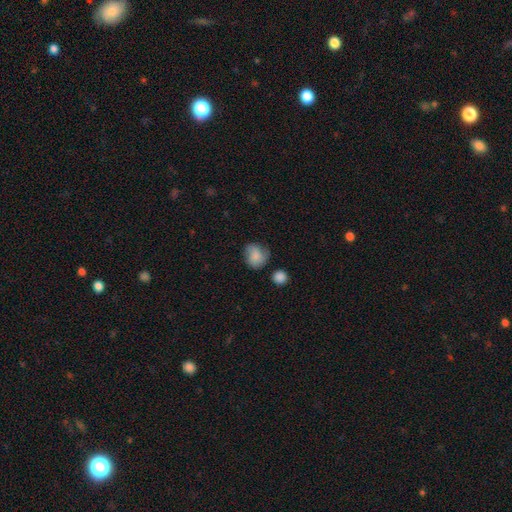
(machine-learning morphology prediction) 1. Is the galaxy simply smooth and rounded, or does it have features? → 73% smooth, 18% featured or disk, 9% star or artifact.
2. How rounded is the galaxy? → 69% round, 30% in between, 1% cigar-shaped.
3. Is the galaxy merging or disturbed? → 59% none, 28% minor disturbance, 10% major disturbance, 4% merger.